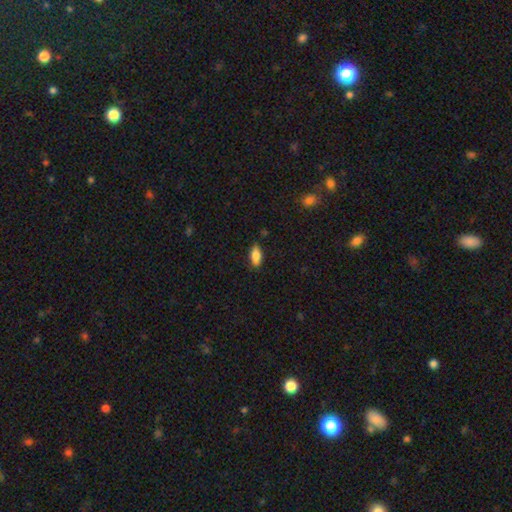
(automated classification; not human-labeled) Overall: smooth (81%). How rounded: in between (86%). Merging: none (84%).